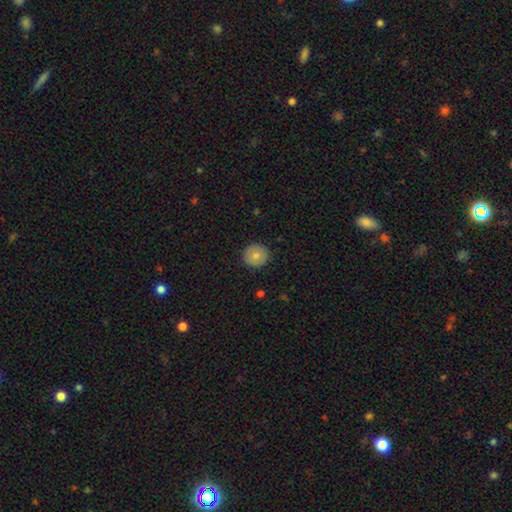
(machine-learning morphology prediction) Smooth or featured? Predicted: smooth (p=0.75). How rounded? Predicted: round (p=0.93). Merging? Predicted: none (p=0.90).